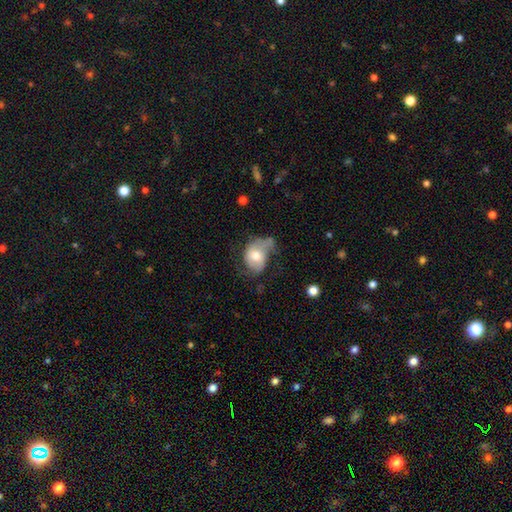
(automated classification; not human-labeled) Smooth or featured: smooth — 53% (featured or disk — 40%)
How rounded: in between — 67% (round — 32%)
Merging: major disturbance — 34% (minor disturbance — 33%)